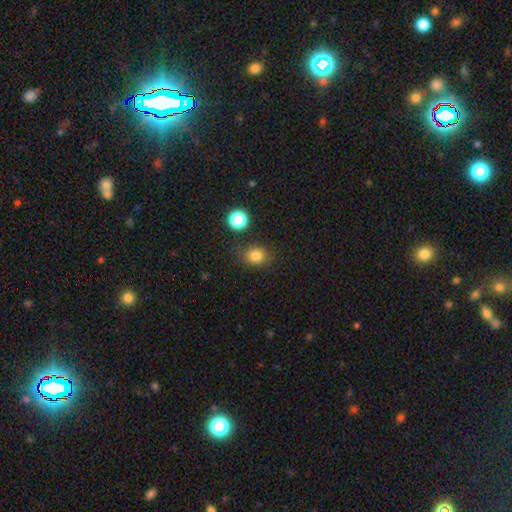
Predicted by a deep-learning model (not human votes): Morphology: type=smooth (81%); roundness=round (56%); merging=none (77%).